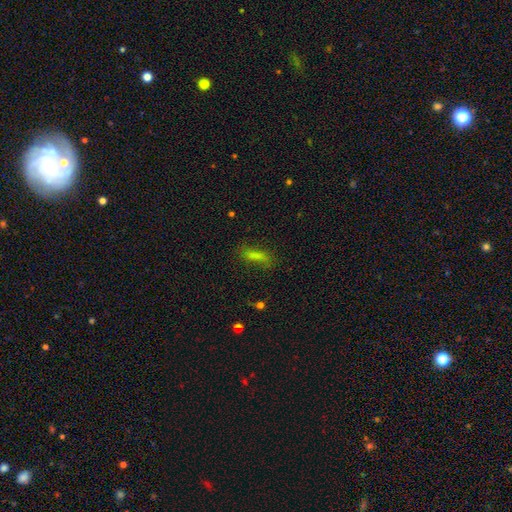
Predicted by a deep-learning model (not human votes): Overall: smooth (70%). How rounded: cigar-shaped (53%; in between 43%). Merging: none (63%).